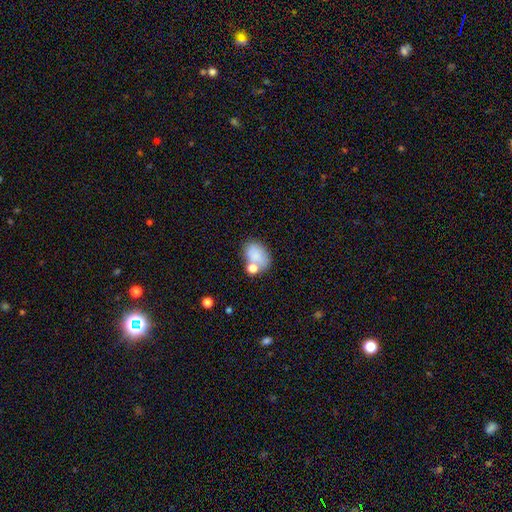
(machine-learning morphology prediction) A smooth galaxy with no disk features (79%) that is in between round and cigar-shaped (72%).

Vote fractions:
- Smooth or featured? smooth: 79% / featured or disk: 11% / star or artifact: 9%
- How rounded? in between: 72% / round: 27% / cigar-shaped: 1%
- Merging? none: 50% / merger: 25% / minor disturbance: 17% / major disturbance: 8%